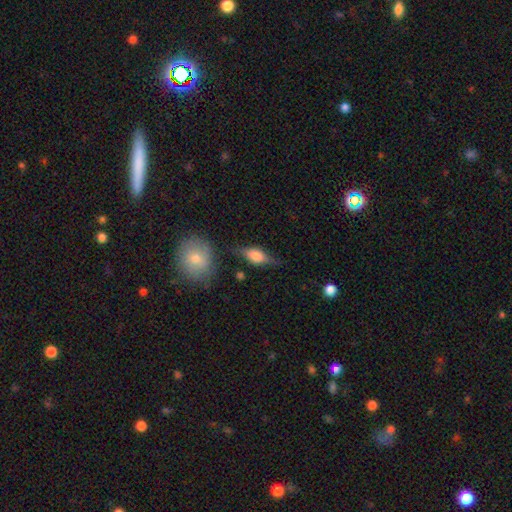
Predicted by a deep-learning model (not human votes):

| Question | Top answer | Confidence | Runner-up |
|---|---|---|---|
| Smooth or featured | smooth | 48% | featured or disk (45%) |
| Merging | none | 66% | minor disturbance (22%) |